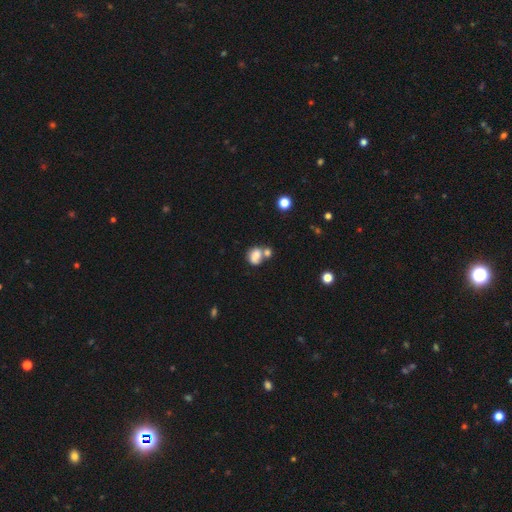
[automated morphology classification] The model was most divided on "merging": merger: 47%, none: 35%, minor disturbance: 12%, major disturbance: 6%. More confident: smooth or featured — smooth (78%); how rounded — in between (60%).